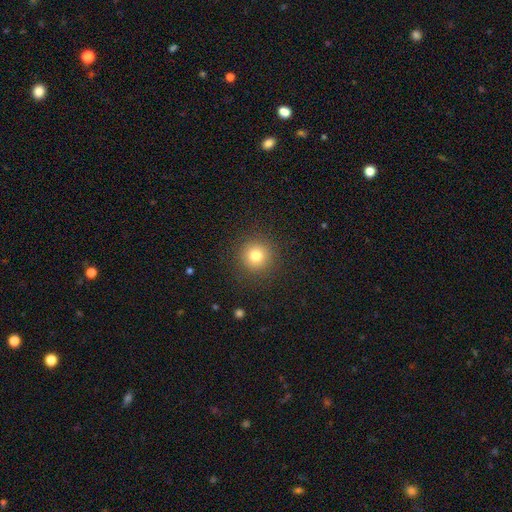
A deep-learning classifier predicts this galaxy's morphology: smooth 78%, star or artifact 13%, featured or disk 8%. Down the decision tree: how rounded — round (95%); merging — none (90%).